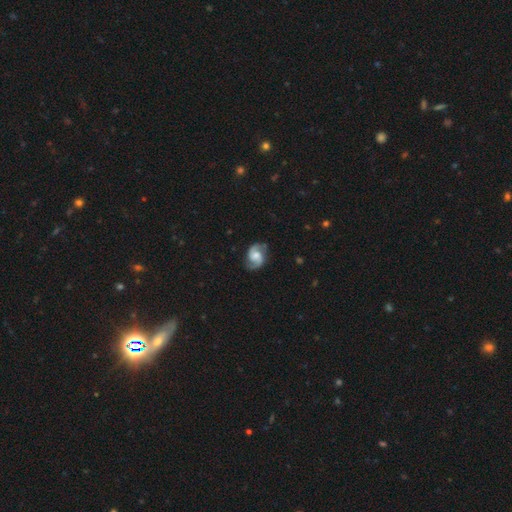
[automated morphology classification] smooth-or-featured: featured or disk: 85% | smooth: 10% | star or artifact: 6%
  disk-edge-on: no: 98% | yes: 2%
    bar: no: 50% | weak: 41% | strong: 9%
    has-spiral-arms: yes: 97% | no: 3%
      spiral-winding: medium: 53% | loose: 29% | tight: 18%
      spiral-arm-count: 2: 93% | can't tell: 2% | 1: 2% | 3: 1% | 4: 1% | more than 4: 1%
    bulge-size: moderate: 49% | small: 24% | large: 14% | none: 12% | dominant: 2%
  merging: none: 81% | minor disturbance: 14% | major disturbance: 4% | merger: 1%